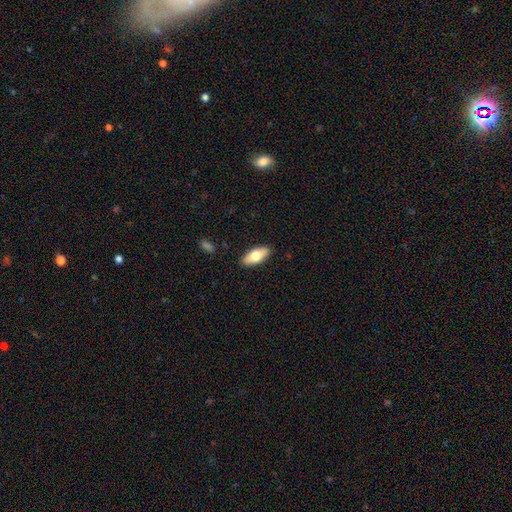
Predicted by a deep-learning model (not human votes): Smooth or featured: smooth — 72% (featured or disk — 22%)
How rounded: in between — 85% (cigar-shaped — 13%)
Merging: none — 88% (minor disturbance — 9%)